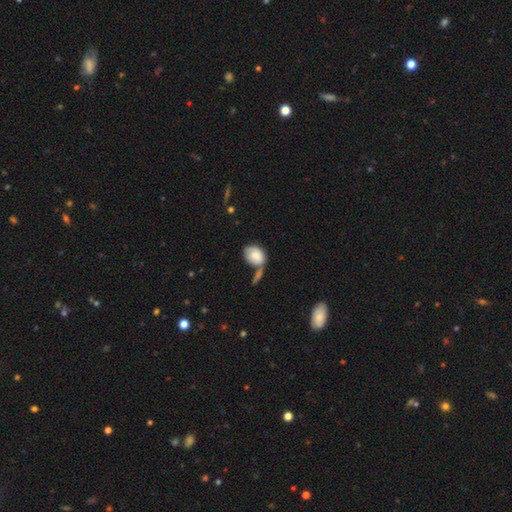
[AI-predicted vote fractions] This is likely a smooth galaxy (74%). How rounded: likely in between (66%). Merging: marginally none (36%).